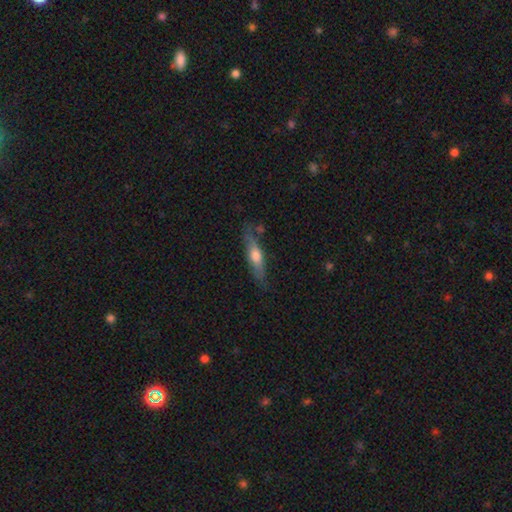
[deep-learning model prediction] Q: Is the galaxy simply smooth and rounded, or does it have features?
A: smooth — 50%.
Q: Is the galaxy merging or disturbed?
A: none — 72%.